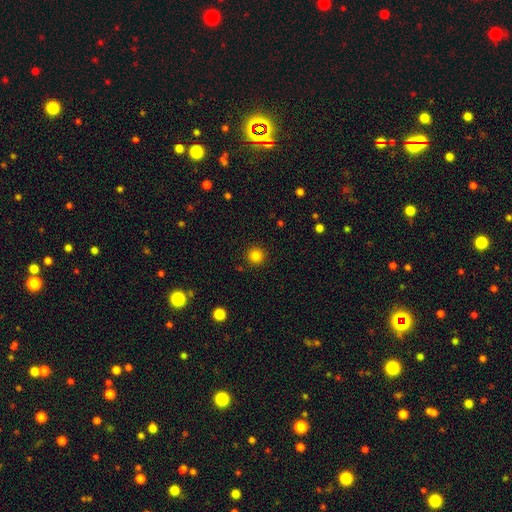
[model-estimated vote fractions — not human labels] Smooth or featured?
  - smooth: 83% *
  - star or artifact: 12%
  - featured or disk: 4%
How rounded?
  - round: 95% *
  - in between: 4%
  - cigar-shaped: 1%
Merging?
  - none: 92% *
  - minor disturbance: 5%
  - major disturbance: 2%
  - merger: 1%